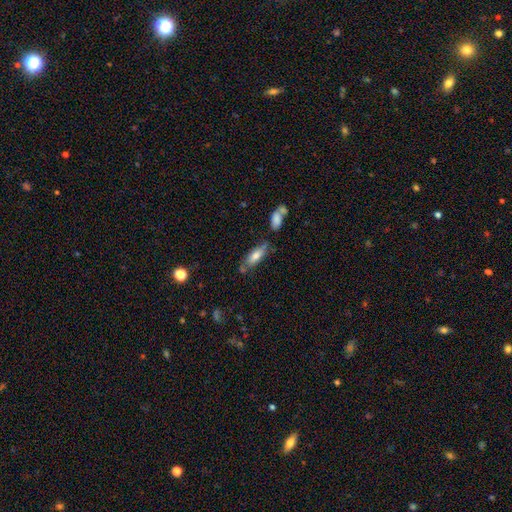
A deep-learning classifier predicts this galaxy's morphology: Smooth or featured? Predicted: smooth (p=0.72). How rounded? Predicted: in between (p=0.65). Merging? Predicted: none (p=0.61).